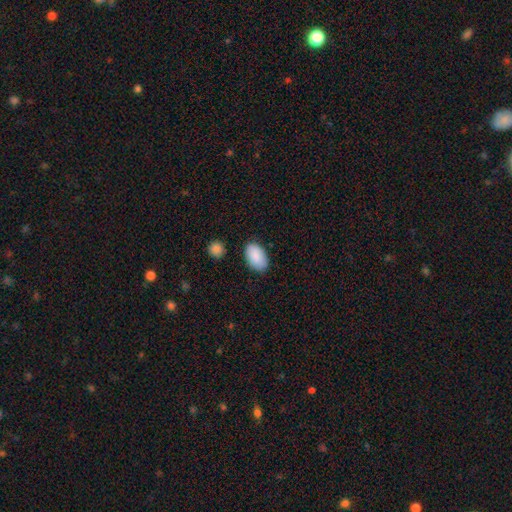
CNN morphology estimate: smooth_or_featured: smooth (p=0.90) [alt: star or artifact p=0.06]
how_rounded: in between (p=0.94) [alt: round p=0.05]
merging: none (p=0.84) [alt: minor disturbance p=0.11]